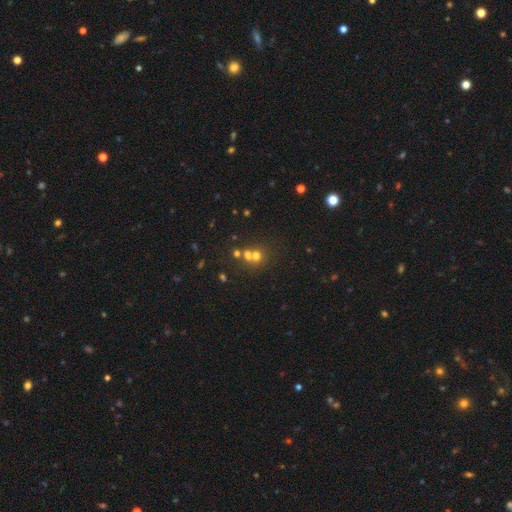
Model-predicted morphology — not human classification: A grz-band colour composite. It shows a smooth galaxy with no disk features (61%) that is round (82%). Merging: merger (45%).